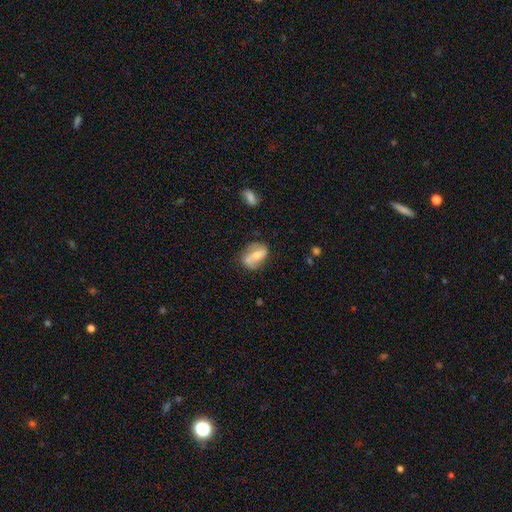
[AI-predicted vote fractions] This is possibly a smooth galaxy (50%). Merging: possibly none (53%).